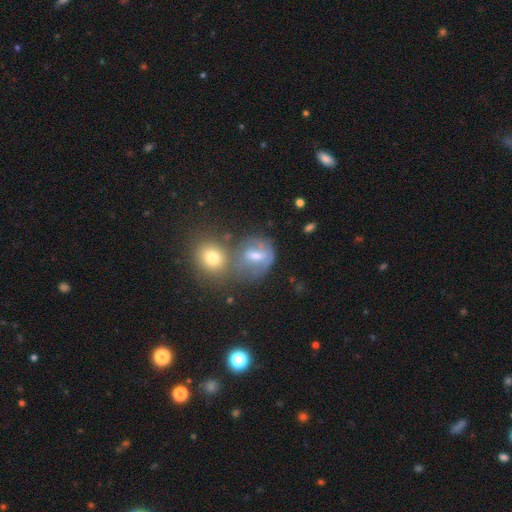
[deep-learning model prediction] Smooth or featured? Predicted: featured or disk (p=0.45). Merging? Predicted: merger (p=0.38).